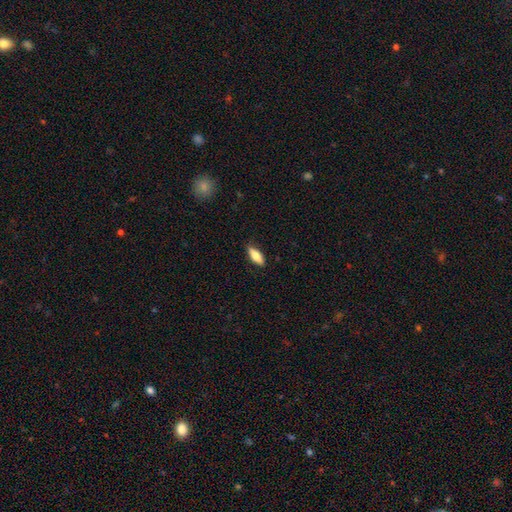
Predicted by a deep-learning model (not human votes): Smooth or featured?
  - smooth: 73% *
  - featured or disk: 20%
  - star or artifact: 6%
How rounded?
  - in between: 67% *
  - cigar-shaped: 31%
  - round: 2%
Merging?
  - none: 85% *
  - minor disturbance: 11%
  - major disturbance: 2%
  - merger: 1%